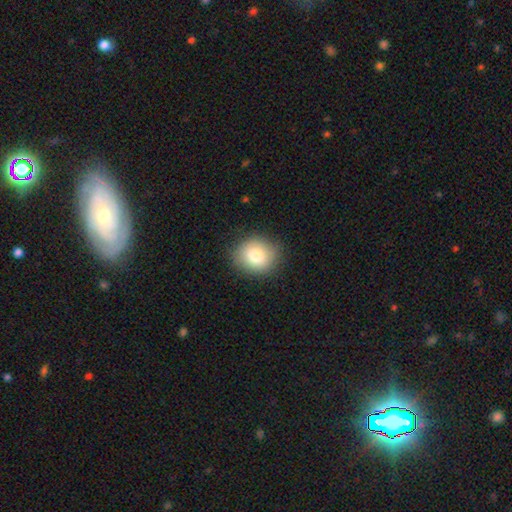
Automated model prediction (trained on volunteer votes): smooth_or_featured: smooth (p=0.81) [alt: featured or disk p=0.10]
how_rounded: round (p=0.74) [alt: in between p=0.25]
merging: none (p=0.86) [alt: minor disturbance p=0.10]